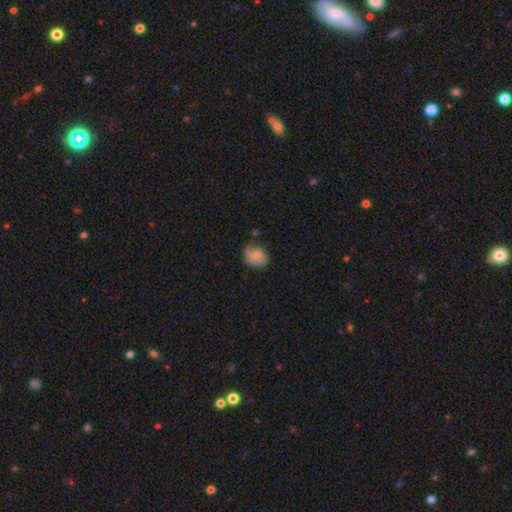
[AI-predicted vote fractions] Q: Smooth or featured?
A: smooth (66%); runner-up: featured or disk (26%)
Q: How rounded?
A: round (55%); runner-up: in between (44%)
Q: Merging?
A: none (60%); runner-up: minor disturbance (29%)